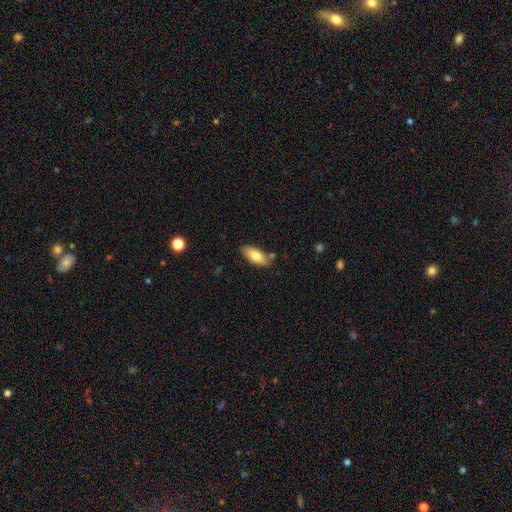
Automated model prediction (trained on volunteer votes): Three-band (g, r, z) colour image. It shows a smooth galaxy with no disk features (79%) that is in between round and cigar-shaped (83%). Merging: none (79%).